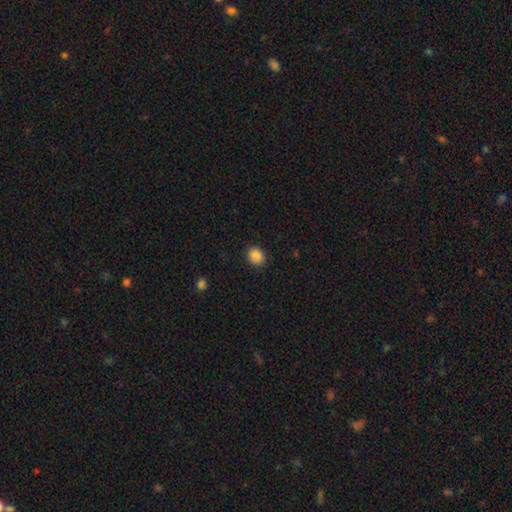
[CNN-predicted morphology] A smooth galaxy with no disk features (88%) that is round (67%). Merging: none (90%).